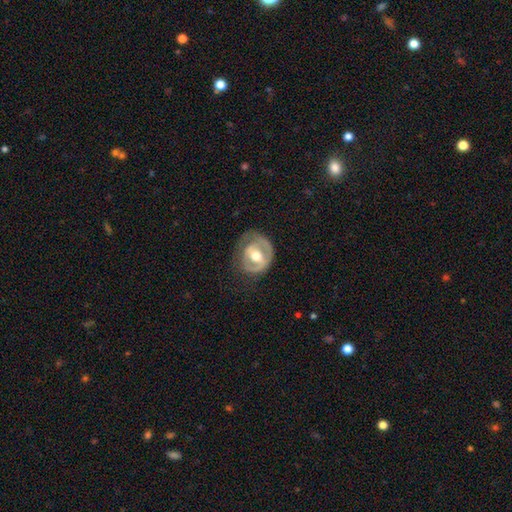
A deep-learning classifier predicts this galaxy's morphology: Smooth or featured? Predicted: featured or disk (p=0.67). Edge-on disk? Predicted: no (p=0.96). Bar? Predicted: weak (p=0.39). Spiral arms? Predicted: yes (p=0.54). Bulge size? Predicted: moderate (p=0.72). Merging? Predicted: none (p=0.56).